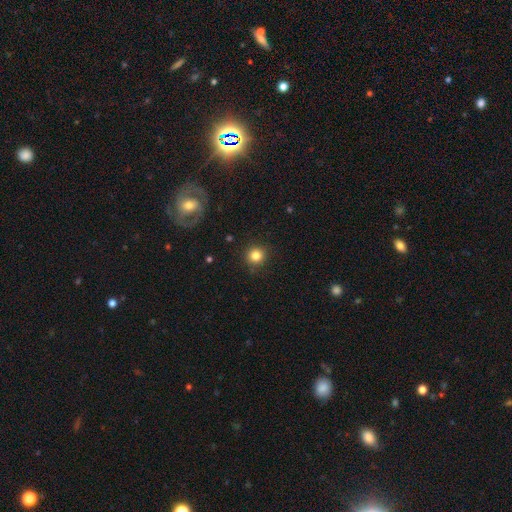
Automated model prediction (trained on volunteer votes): Smooth or featured: smooth — 83% (star or artifact — 11%)
How rounded: round — 94% (in between — 6%)
Merging: none — 91% (minor disturbance — 6%)